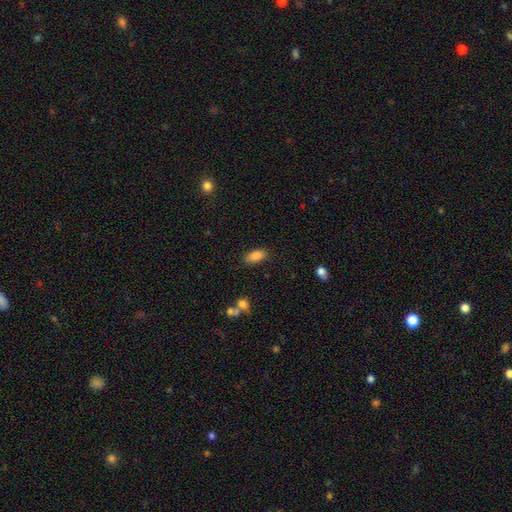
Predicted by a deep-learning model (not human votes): Q: Smooth or featured?
A: smooth (86%); runner-up: star or artifact (8%)
Q: How rounded?
A: in between (90%); runner-up: cigar-shaped (7%)
Q: Merging?
A: none (83%); runner-up: minor disturbance (11%)